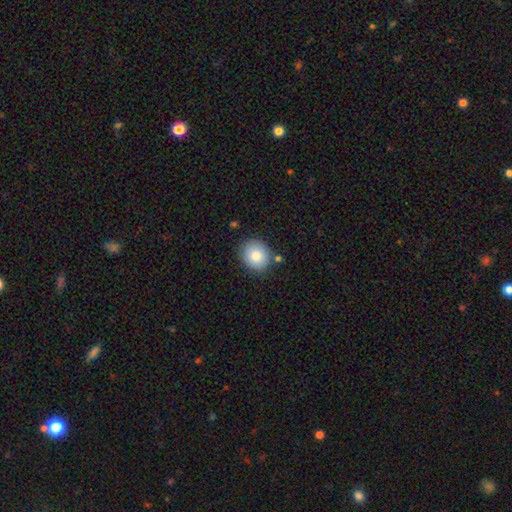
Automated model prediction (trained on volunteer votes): Morphology: type=smooth (84%); roundness=round (73%); merging=none (81%).